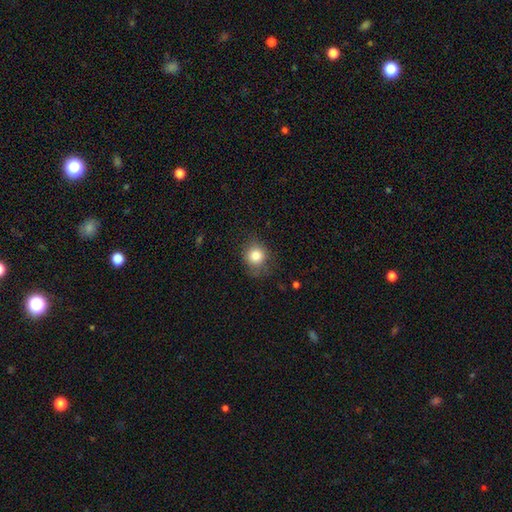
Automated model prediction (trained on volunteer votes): This is clearly a smooth galaxy (83%). How rounded: clearly round (81%). Merging: likely none (73%).